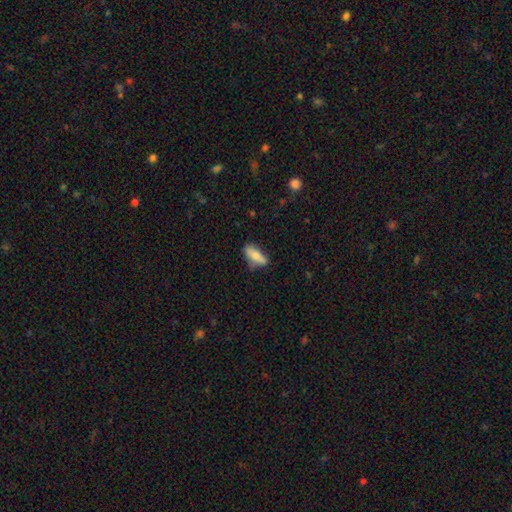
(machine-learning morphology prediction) The model was most divided on "merging": none: 57%, minor disturbance: 29%, major disturbance: 7%, merger: 6%. More confident: smooth or featured — smooth (78%); how rounded — in between (71%).